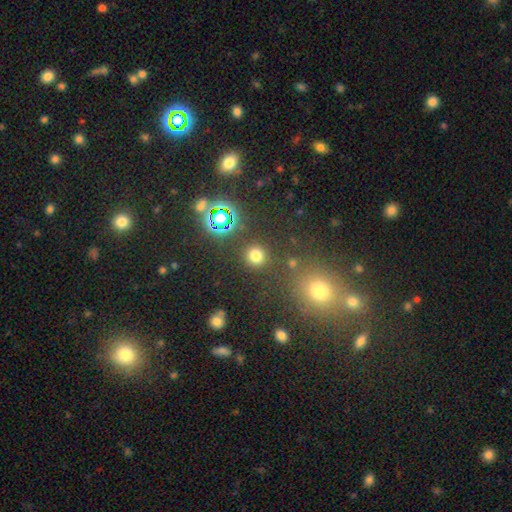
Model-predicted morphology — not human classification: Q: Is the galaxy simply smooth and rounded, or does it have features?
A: smooth — 72%.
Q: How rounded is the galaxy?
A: round — 90%.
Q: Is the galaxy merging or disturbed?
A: none — 86%.